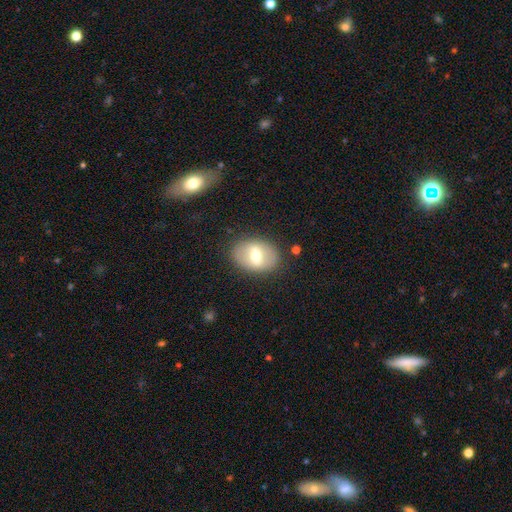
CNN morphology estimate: type=featured or disk (47%); merging=none (83%).